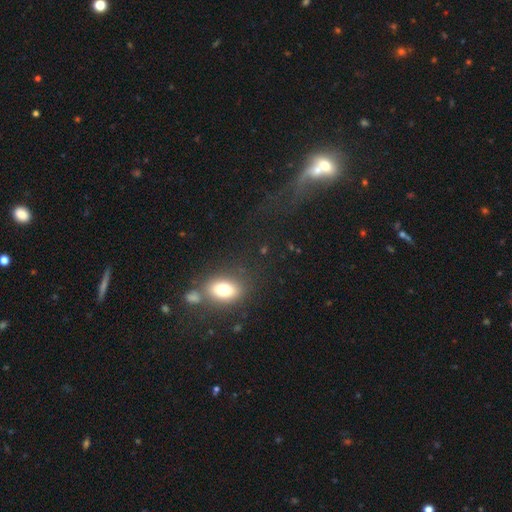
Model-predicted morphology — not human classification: A smooth galaxy with no disk features (51%) that is round (57%). Merging: none (44%).